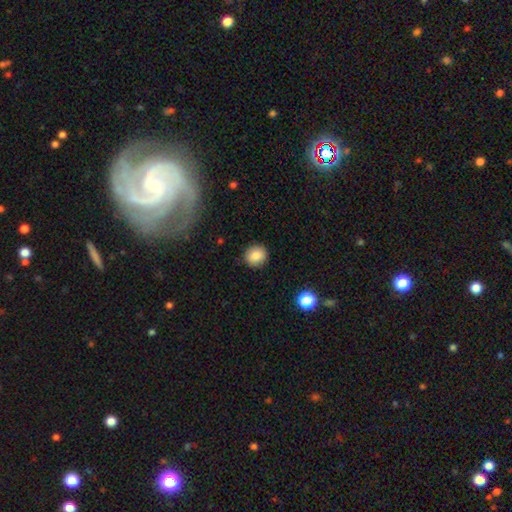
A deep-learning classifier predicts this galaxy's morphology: Smooth or featured: smooth — 84% (star or artifact — 10%)
How rounded: round — 86% (in between — 13%)
Merging: none — 90% (minor disturbance — 7%)